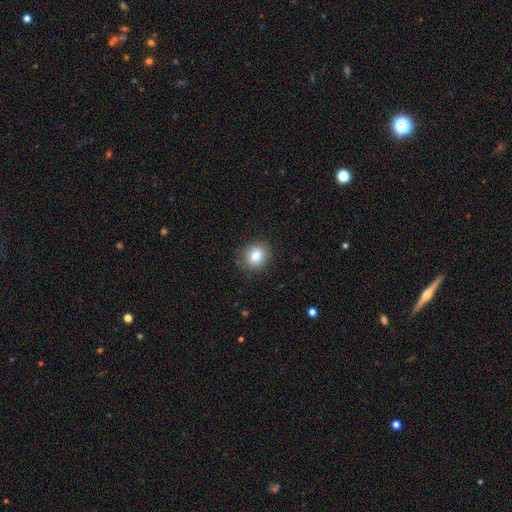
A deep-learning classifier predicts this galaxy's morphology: A smooth galaxy with no disk features (81%) that is round (81%).

Vote fractions:
- Smooth or featured? smooth: 81% / star or artifact: 11% / featured or disk: 8%
- How rounded? round: 81% / in between: 18% / cigar-shaped: 1%
- Merging? none: 88% / minor disturbance: 8% / major disturbance: 2% / merger: 1%